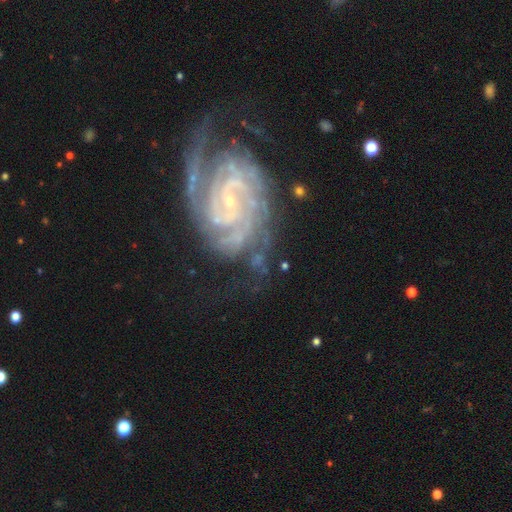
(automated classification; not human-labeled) smooth-or-featured: featured or disk: 89% | star or artifact: 7% | smooth: 4%
  disk-edge-on: no: 97% | yes: 3%
    bar: no: 48% | weak: 34% | strong: 18%
    has-spiral-arms: yes: 98% | no: 2%
      spiral-winding: tight: 68% | medium: 27% | loose: 5%
      spiral-arm-count: 2: 39% | 3: 19% | can't tell: 15% | 4: 12% | more than 4: 8% | 1: 7%
    bulge-size: small: 81% | moderate: 11% | none: 5% | large: 1% | dominant: 1%
  merging: none: 68% | minor disturbance: 18% | major disturbance: 11% | merger: 3%